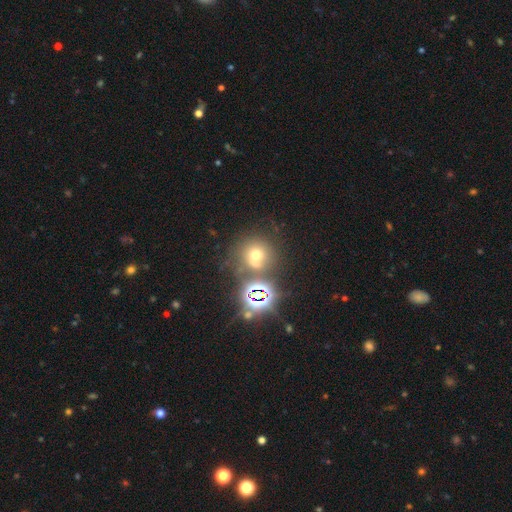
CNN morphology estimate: smooth_or_featured: smooth (p=0.49) [alt: star or artifact p=0.37]
merging: none (p=0.57) [alt: merger p=0.26]